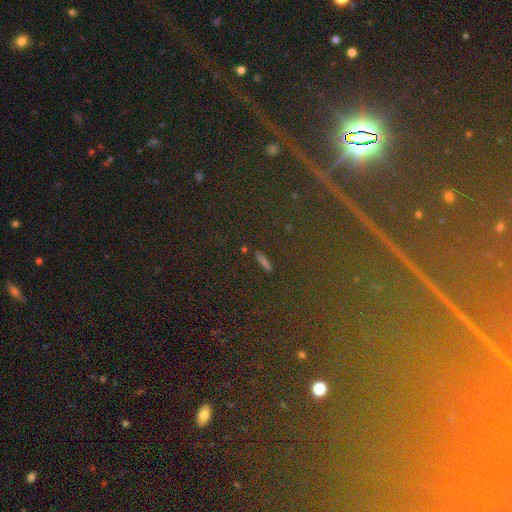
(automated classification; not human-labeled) A star or artifact, not a galaxy (86%).

Vote fractions:
- Smooth or featured? star or artifact: 86% / featured or disk: 7% / smooth: 7%